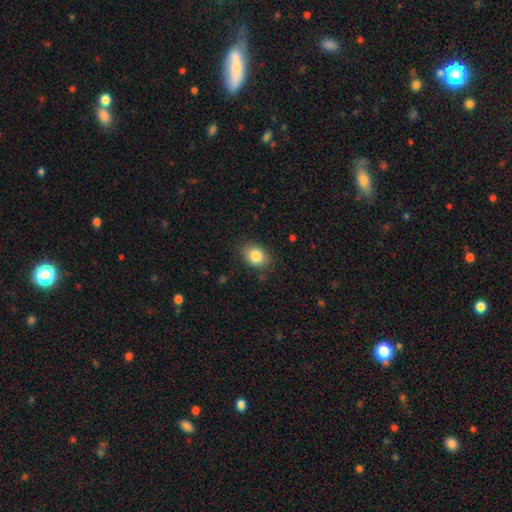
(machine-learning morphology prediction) A smooth galaxy with no disk features (85%) that is in between round and cigar-shaped (63%). Merging: none (82%).